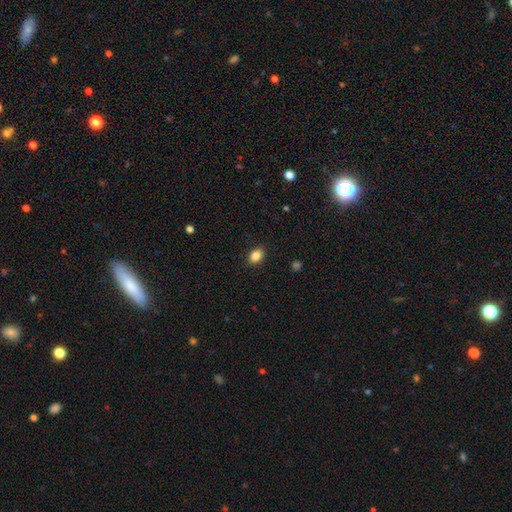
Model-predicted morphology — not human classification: This is clearly a smooth galaxy (87%). How rounded: likely in between (77%). Merging: clearly none (89%).